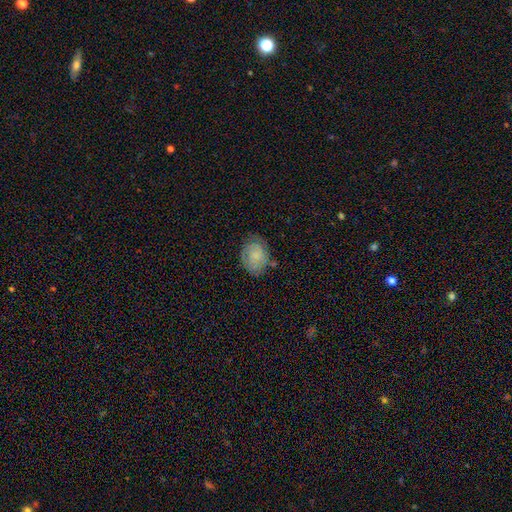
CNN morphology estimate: The model was most divided on "smooth or featured": smooth: 50%, featured or disk: 41%, star or artifact: 8%. More confident: merging — none (65%); how rounded — in between (60%).